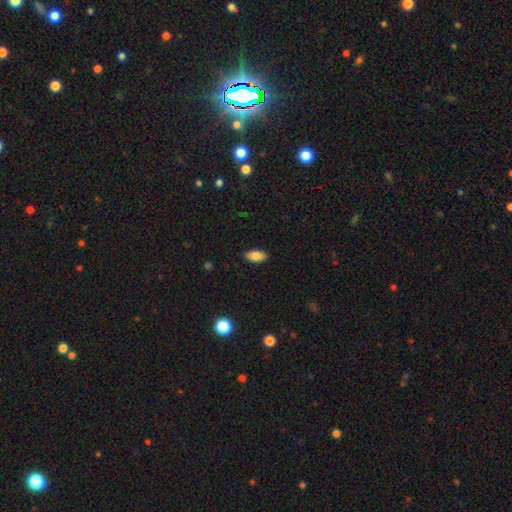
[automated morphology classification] This is clearly a smooth galaxy (83%). How rounded: clearly in between (92%). Merging: clearly none (88%).